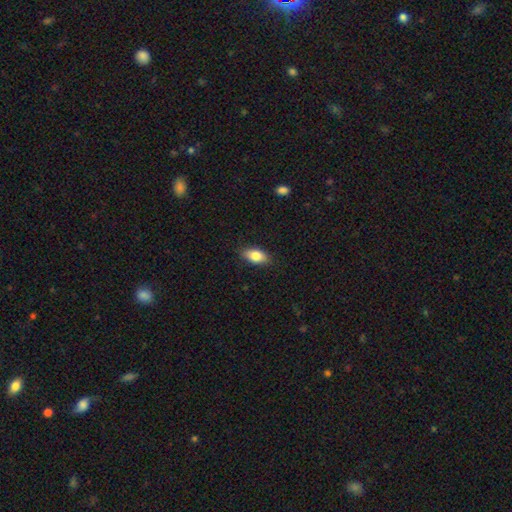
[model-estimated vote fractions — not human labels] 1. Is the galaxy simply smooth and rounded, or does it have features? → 82% smooth, 11% featured or disk, 7% star or artifact.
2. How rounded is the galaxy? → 89% in between, 6% cigar-shaped, 5% round.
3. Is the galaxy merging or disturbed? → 86% none, 10% minor disturbance, 2% major disturbance, 1% merger.